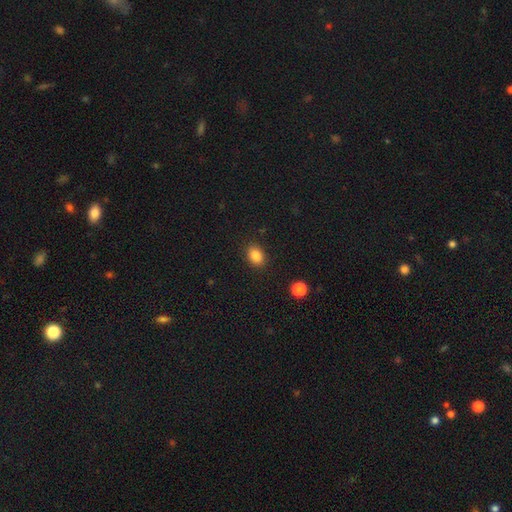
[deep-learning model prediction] Smooth or featured?
  - smooth: 85% *
  - star or artifact: 10%
  - featured or disk: 5%
How rounded?
  - in between: 71% *
  - round: 28%
  - cigar-shaped: 1%
Merging?
  - none: 88% *
  - minor disturbance: 8%
  - major disturbance: 2%
  - merger: 1%